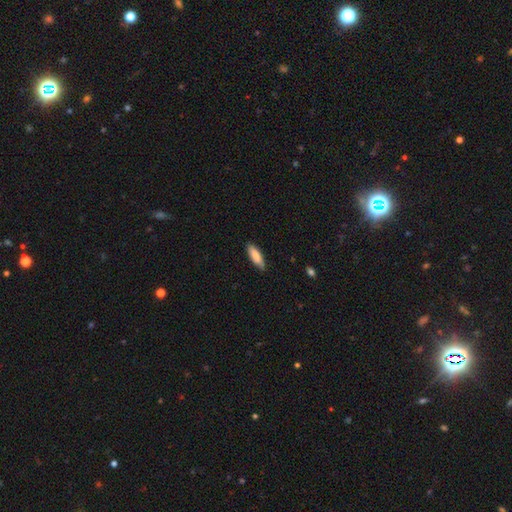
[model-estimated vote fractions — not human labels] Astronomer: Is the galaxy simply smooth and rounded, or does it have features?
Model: smooth — 82%.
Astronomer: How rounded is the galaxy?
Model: cigar-shaped — 49%, tied with in between at 49%.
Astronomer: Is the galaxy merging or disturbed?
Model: none — 80%.